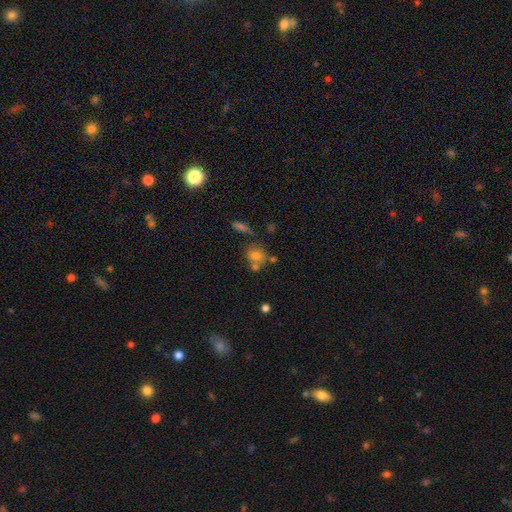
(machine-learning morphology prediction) Q: Smooth or featured?
A: smooth (69%); runner-up: featured or disk (18%)
Q: How rounded?
A: round (58%); runner-up: in between (40%)
Q: Merging?
A: none (46%); runner-up: merger (30%)